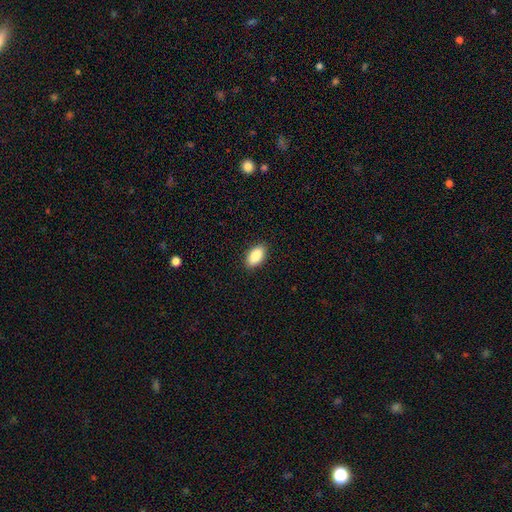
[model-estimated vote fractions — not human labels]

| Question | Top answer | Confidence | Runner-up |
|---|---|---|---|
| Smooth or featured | smooth | 89% | star or artifact (7%) |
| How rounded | in between | 93% | cigar-shaped (3%) |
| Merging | none | 89% | minor disturbance (8%) |